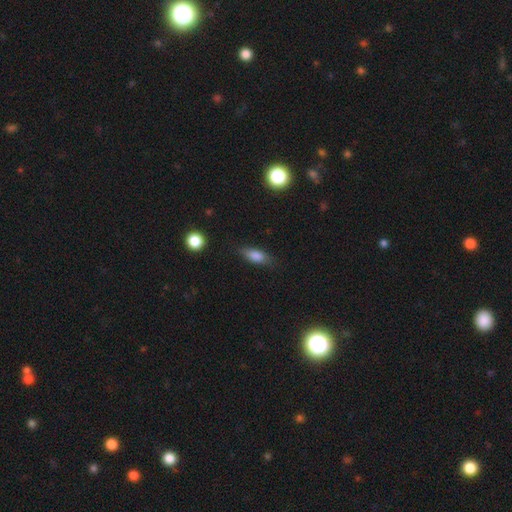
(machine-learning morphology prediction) Q: Smooth or featured?
A: smooth (78%); runner-up: featured or disk (13%)
Q: How rounded?
A: in between (73%); runner-up: cigar-shaped (23%)
Q: Merging?
A: none (75%); runner-up: minor disturbance (19%)